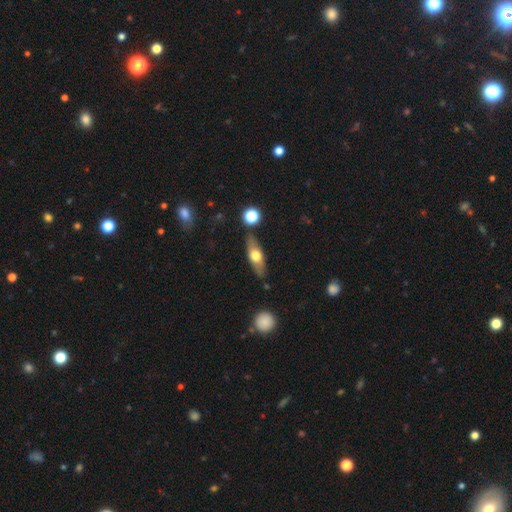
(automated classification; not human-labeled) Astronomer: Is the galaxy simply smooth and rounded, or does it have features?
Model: smooth — 52% (runner-up: featured or disk, 42%).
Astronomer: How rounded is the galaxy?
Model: in between — 53% (runner-up: cigar-shaped, 42%).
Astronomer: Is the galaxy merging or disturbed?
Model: none — 82%.